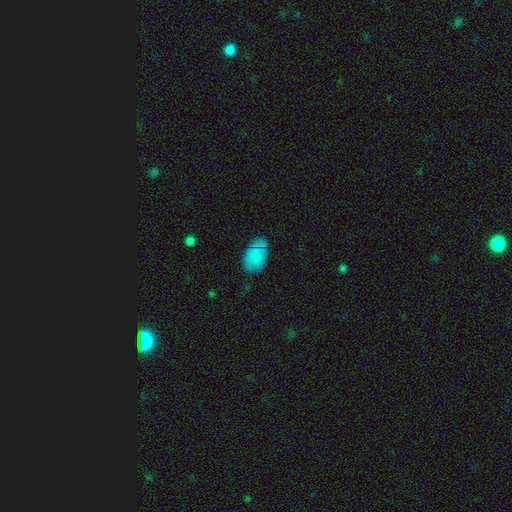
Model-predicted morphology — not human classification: Smooth or featured? Predicted: smooth (p=0.75). How rounded? Predicted: in between (p=0.89). Merging? Predicted: none (p=0.53).